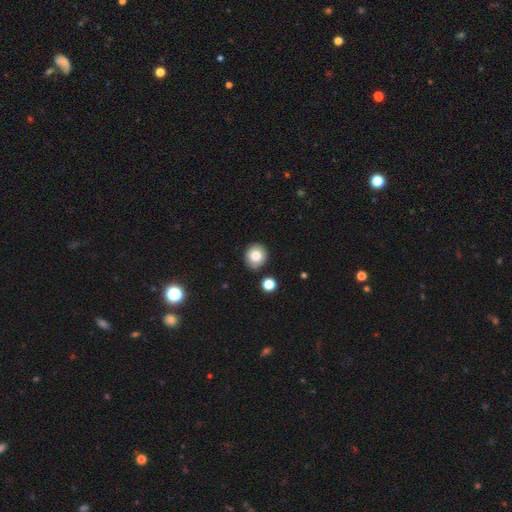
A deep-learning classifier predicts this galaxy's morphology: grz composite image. It shows a smooth galaxy with no disk features (81%) that is round (84%). Merging: none (87%).